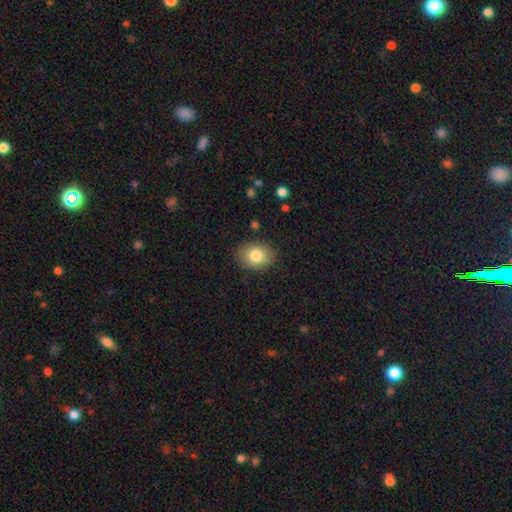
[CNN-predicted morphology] type=smooth (82%); roundness=in between (60%); merging=none (86%).